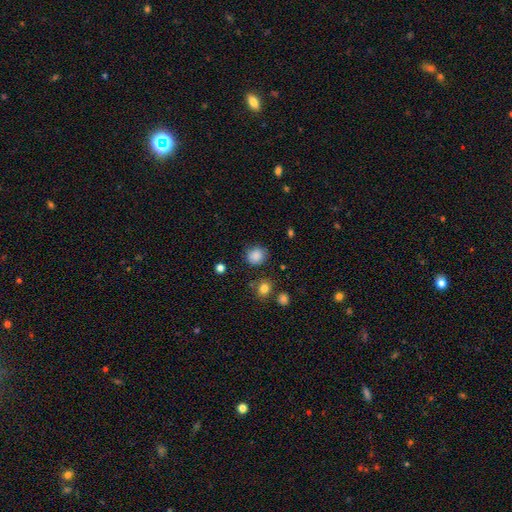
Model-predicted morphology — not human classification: smooth-or-featured: smooth: 86% | star or artifact: 10% | featured or disk: 4%
  how-rounded: round: 83% | in between: 16% | cigar-shaped: 1%
  merging: none: 79% | minor disturbance: 15% | major disturbance: 4% | merger: 3%